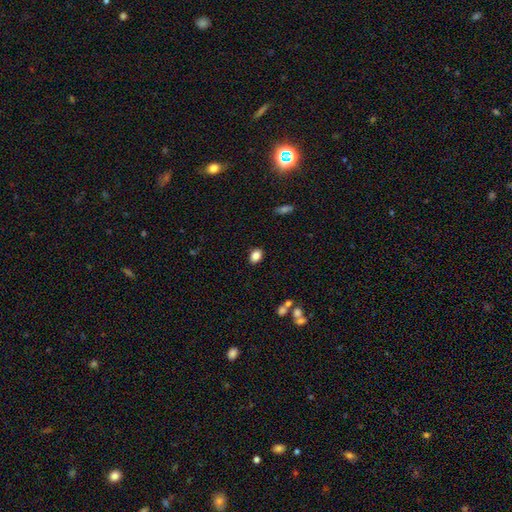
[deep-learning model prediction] Smooth or featured?
  - smooth: 86% *
  - star or artifact: 9%
  - featured or disk: 5%
How rounded?
  - in between: 74% *
  - round: 24%
  - cigar-shaped: 1%
Merging?
  - none: 87% *
  - minor disturbance: 9%
  - major disturbance: 2%
  - merger: 2%